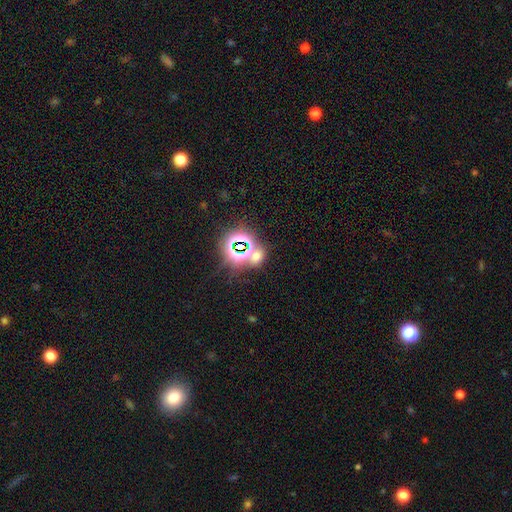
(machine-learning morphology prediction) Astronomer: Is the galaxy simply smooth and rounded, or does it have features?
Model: star or artifact — 54% (runner-up: smooth, 38%).